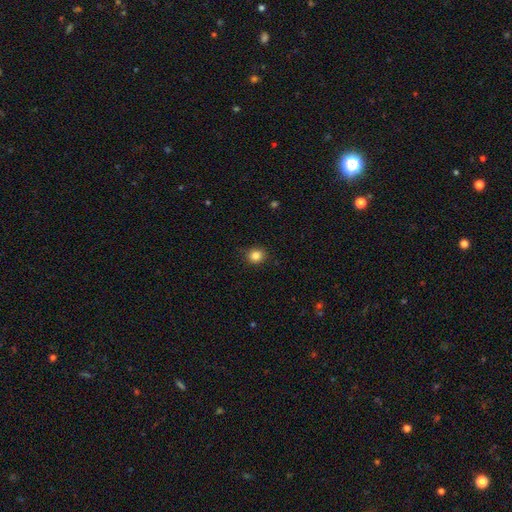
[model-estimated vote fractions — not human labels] Morphology: type=smooth (84%); roundness=round (89%); merging=none (88%).